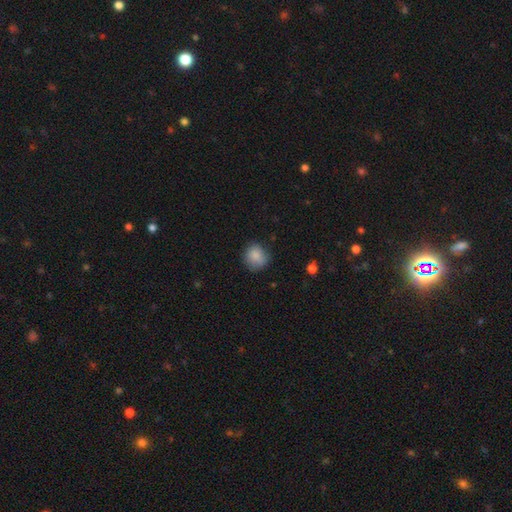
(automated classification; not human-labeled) Smooth or featured?
  - smooth: 85% *
  - star or artifact: 8%
  - featured or disk: 7%
How rounded?
  - round: 82% *
  - in between: 17%
  - cigar-shaped: 1%
Merging?
  - none: 76% *
  - minor disturbance: 19%
  - major disturbance: 4%
  - merger: 1%